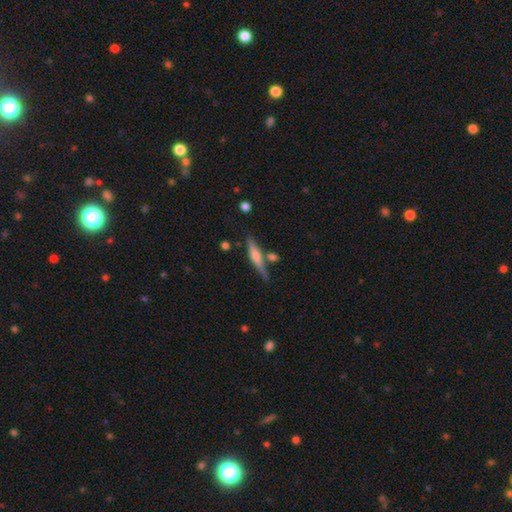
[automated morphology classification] featured or disk 58%, smooth 36%, star or artifact 7%. Down the decision tree: edge-on disk — yes (96%); edge-on bulge — rounded (70%); merging — none (76%).